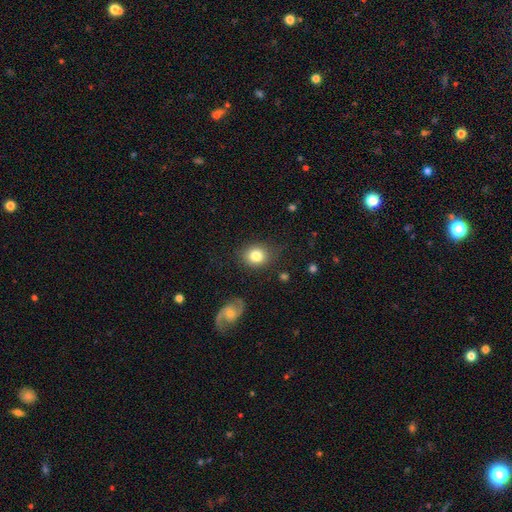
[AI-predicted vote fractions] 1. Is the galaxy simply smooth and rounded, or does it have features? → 82% smooth, 10% featured or disk, 9% star or artifact.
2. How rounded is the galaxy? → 65% round, 34% in between, 1% cigar-shaped.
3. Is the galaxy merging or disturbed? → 78% none, 15% minor disturbance, 5% major disturbance, 3% merger.